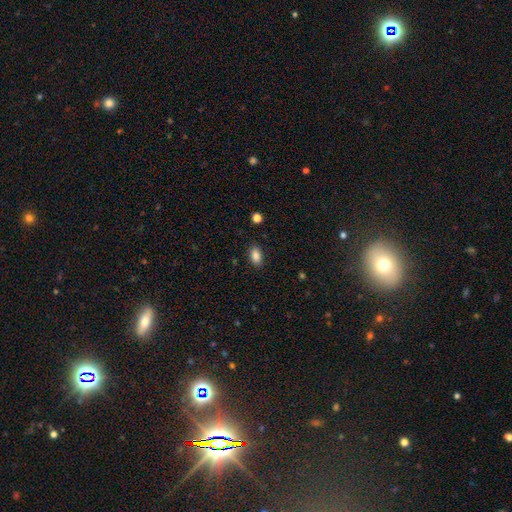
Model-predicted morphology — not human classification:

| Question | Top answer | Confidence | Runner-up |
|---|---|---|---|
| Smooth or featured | smooth | 87% | star or artifact (8%) |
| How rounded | in between | 91% | round (6%) |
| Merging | none | 87% | minor disturbance (10%) |